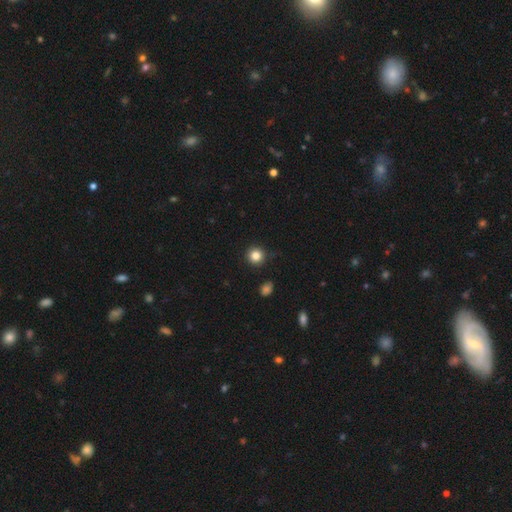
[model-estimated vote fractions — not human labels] Morphology: type=smooth (84%); roundness=round (94%); merging=none (90%).